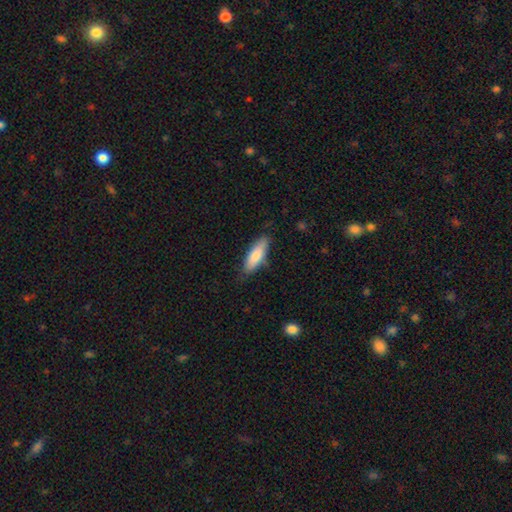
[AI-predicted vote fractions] Smooth or featured? smooth (80%)
How rounded? in between (56%)
Merging? none (76%)